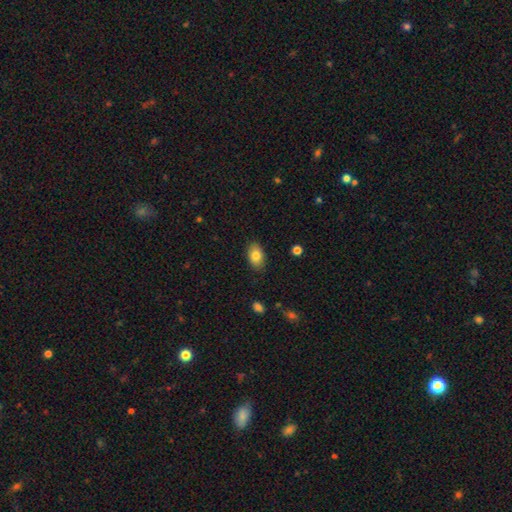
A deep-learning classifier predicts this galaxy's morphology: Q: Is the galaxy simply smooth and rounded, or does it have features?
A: smooth — 82%.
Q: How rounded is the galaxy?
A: in between — 89%.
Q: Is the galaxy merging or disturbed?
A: none — 86%.